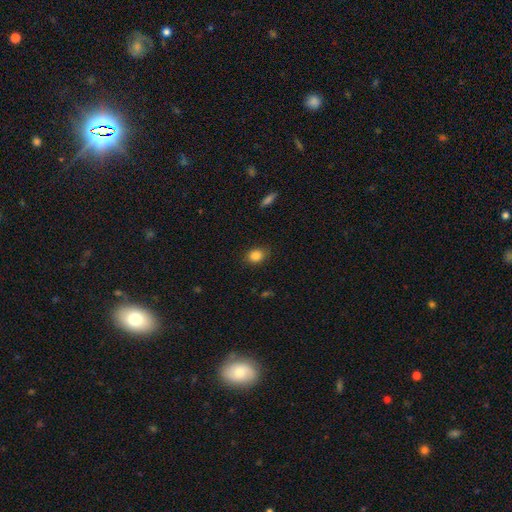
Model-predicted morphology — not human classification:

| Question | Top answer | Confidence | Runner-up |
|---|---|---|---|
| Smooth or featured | smooth | 85% | star or artifact (10%) |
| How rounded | in between | 52% | round (47%) |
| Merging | none | 85% | minor disturbance (12%) |